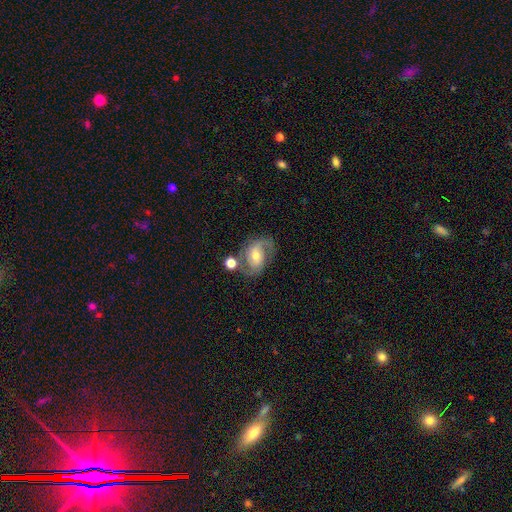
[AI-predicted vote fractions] smooth-or-featured: featured or disk: 74% | smooth: 18% | star or artifact: 8%
  disk-edge-on: no: 97% | yes: 3%
    bar: weak: 43% | no: 38% | strong: 19%
    has-spiral-arms: yes: 91% | no: 9%
      spiral-winding: medium: 52% | loose: 26% | tight: 22%
      spiral-arm-count: 2: 85% | can't tell: 7% | 1: 4% | 3: 2% | 4: 1% | more than 4: 1%
    bulge-size: moderate: 59% | small: 34% | large: 4% | none: 1% | dominant: 1%
  merging: none: 60% | minor disturbance: 17% | merger: 13% | major disturbance: 9%